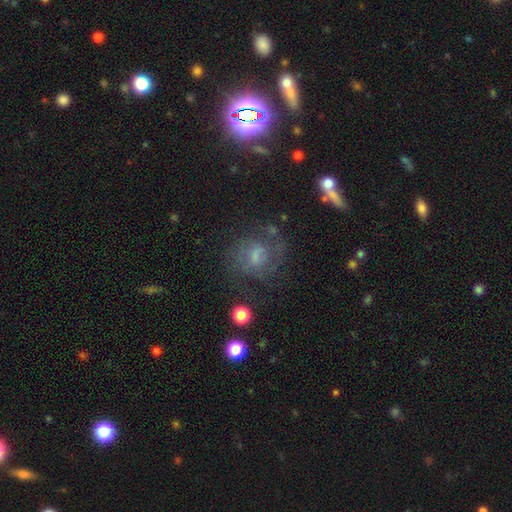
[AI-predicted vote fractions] This is possibly a featured or disk galaxy (57%). It is clearly not viewed edge-on (97%). Bar: possibly weak (45%, tied with no). Spiral arm pattern: likely yes (76%). Central bulge: marginally small (43%). Merging: possibly none (59%).